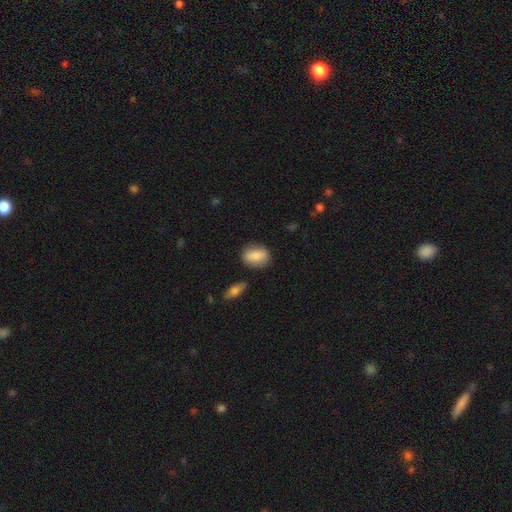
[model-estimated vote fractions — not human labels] Smooth or featured?
  - smooth: 81% *
  - featured or disk: 12%
  - star or artifact: 7%
How rounded?
  - in between: 73% *
  - round: 23%
  - cigar-shaped: 4%
Merging?
  - none: 80% *
  - minor disturbance: 13%
  - merger: 3%
  - major disturbance: 3%